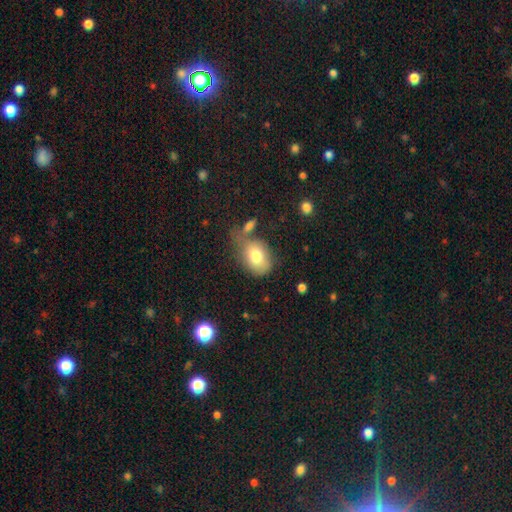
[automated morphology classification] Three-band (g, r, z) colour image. It shows a smooth galaxy with no disk features (76%) that is in between round and cigar-shaped (76%). Merging: none (47%).